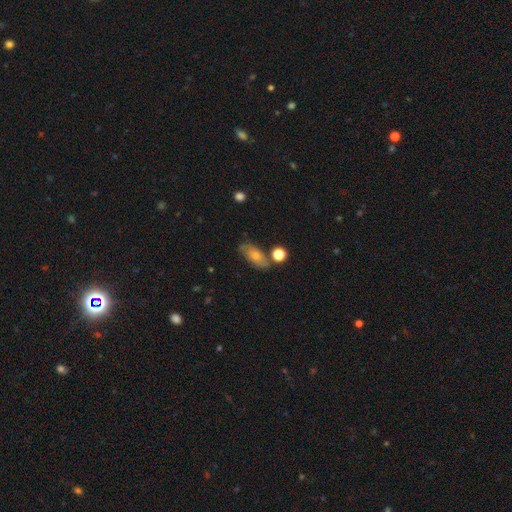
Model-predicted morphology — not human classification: Smooth or featured?
  - smooth: 52% *
  - featured or disk: 39%
  - star or artifact: 9%
How rounded?
  - in between: 82% *
  - round: 10%
  - cigar-shaped: 7%
Merging?
  - none: 64% *
  - minor disturbance: 21%
  - merger: 8%
  - major disturbance: 7%